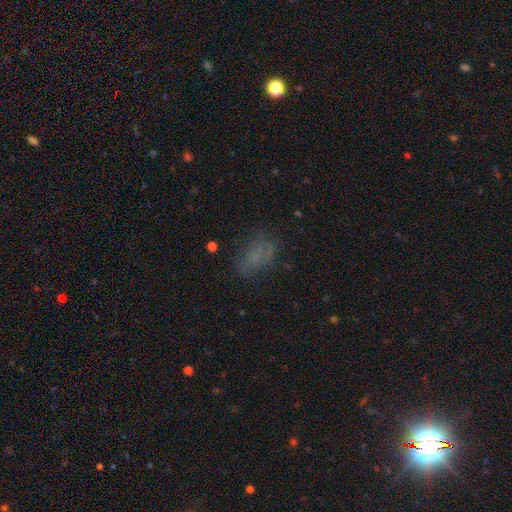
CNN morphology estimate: Smooth or featured? smooth (60%)
How rounded? in between (85%)
Merging? none (61%)